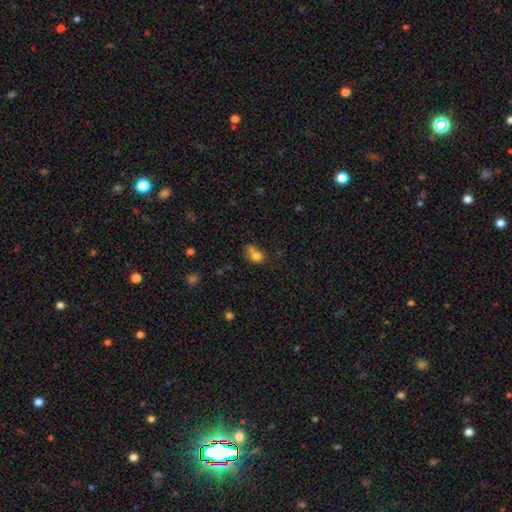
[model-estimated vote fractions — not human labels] This is likely a smooth galaxy (74%). How rounded: possibly in between (52%). Merging: possibly merger (45%).